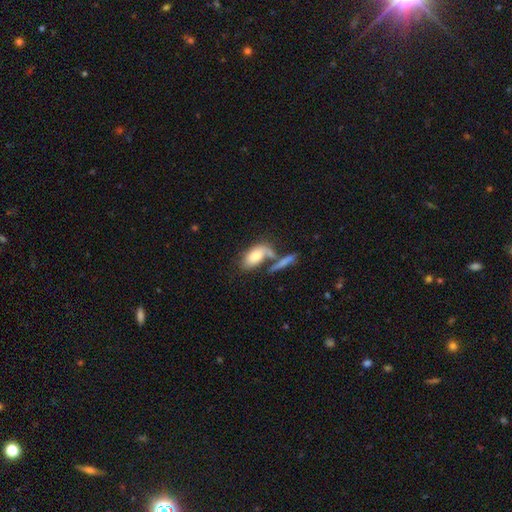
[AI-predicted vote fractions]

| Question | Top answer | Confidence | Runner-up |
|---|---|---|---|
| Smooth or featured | smooth | 71% | featured or disk (22%) |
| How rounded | in between | 88% | cigar-shaped (8%) |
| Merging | none | 40% | merger (36%) |